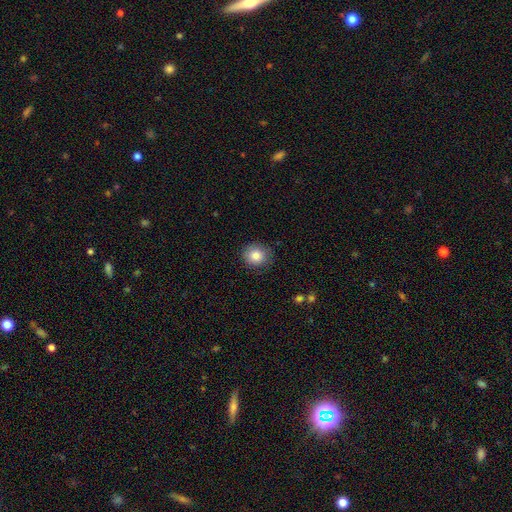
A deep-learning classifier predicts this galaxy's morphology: This appears to be a smooth galaxy with no disk features (83%) that is round (85%). Merging: none (87%).